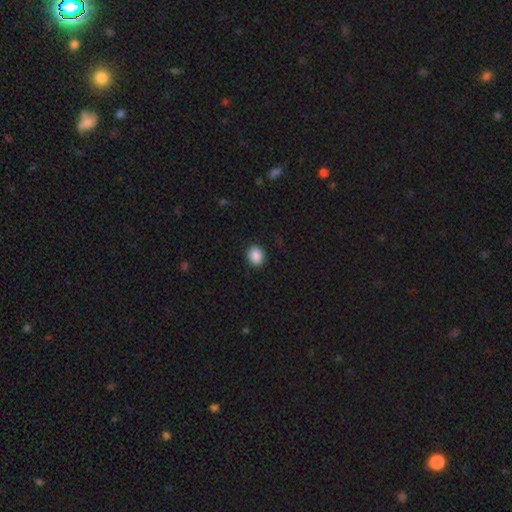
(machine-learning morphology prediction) A smooth galaxy with no disk features (89%) that is round (67%). Merging: none (91%).